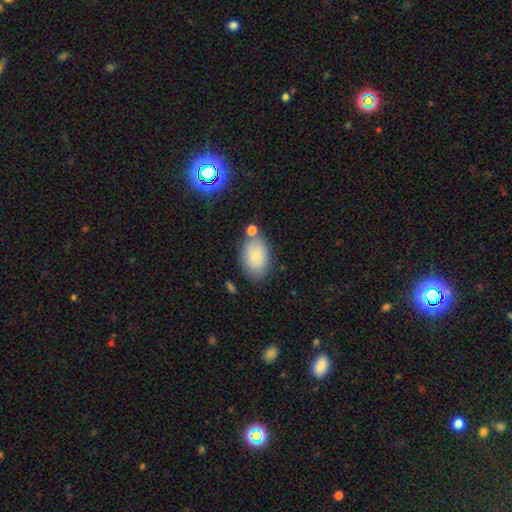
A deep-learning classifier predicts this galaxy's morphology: Smooth or featured: smooth — 80% (featured or disk — 12%)
How rounded: in between — 89% (round — 10%)
Merging: none — 68% (minor disturbance — 17%)